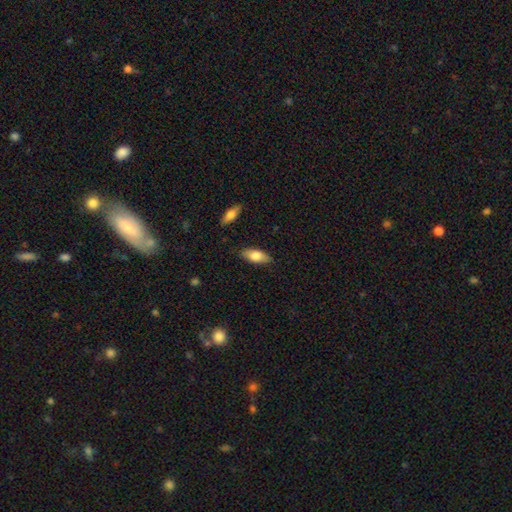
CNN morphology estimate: Overall: smooth (77%). How rounded: in between (83%). Merging: none (84%).